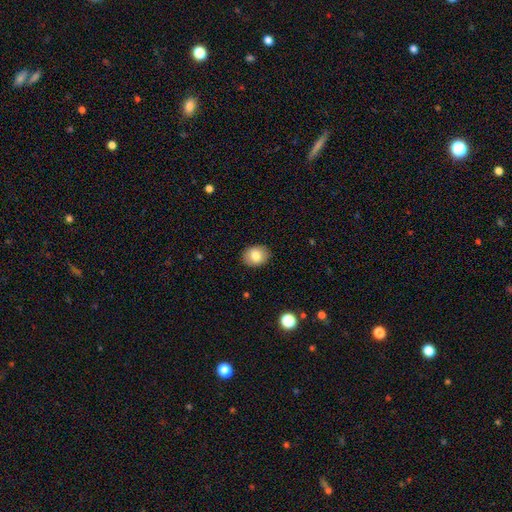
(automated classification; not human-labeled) smooth 81%, featured or disk 11%, star or artifact 8%. Down the decision tree: how rounded — in between (56%); merging — none (89%).